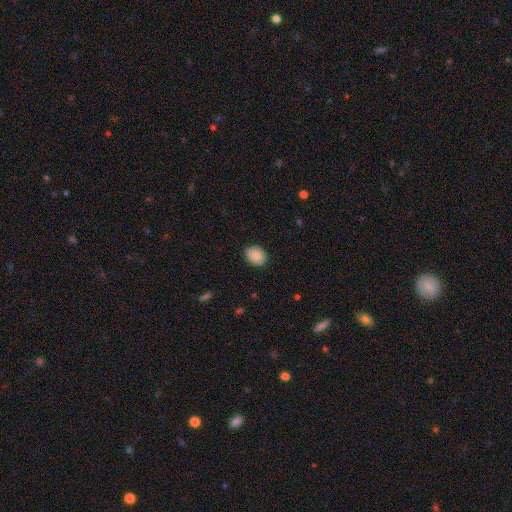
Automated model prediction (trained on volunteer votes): smooth 88%, star or artifact 7%, featured or disk 5%. Down the decision tree: how rounded — in between (57%); merging — none (88%).